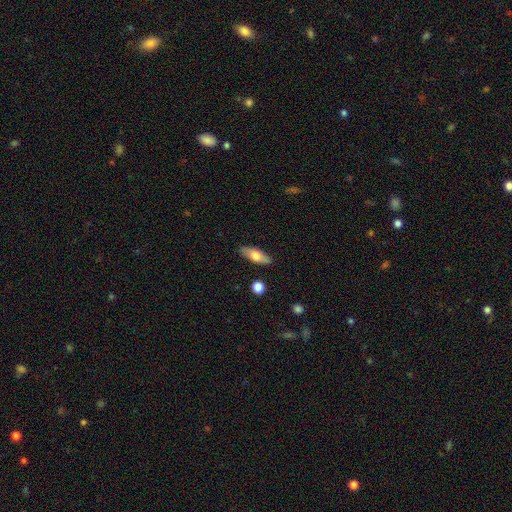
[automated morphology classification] This is likely a smooth galaxy (67%). How rounded: likely in between (65%). Merging: clearly none (86%).